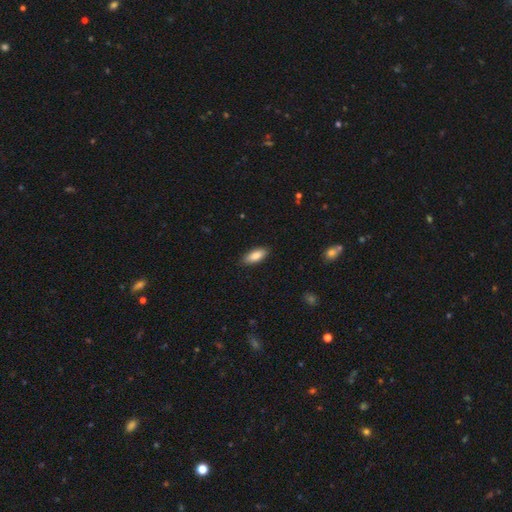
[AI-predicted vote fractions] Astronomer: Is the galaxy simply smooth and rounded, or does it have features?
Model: smooth — 86%.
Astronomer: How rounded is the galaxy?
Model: in between — 82%.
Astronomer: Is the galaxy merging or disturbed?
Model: none — 88%.